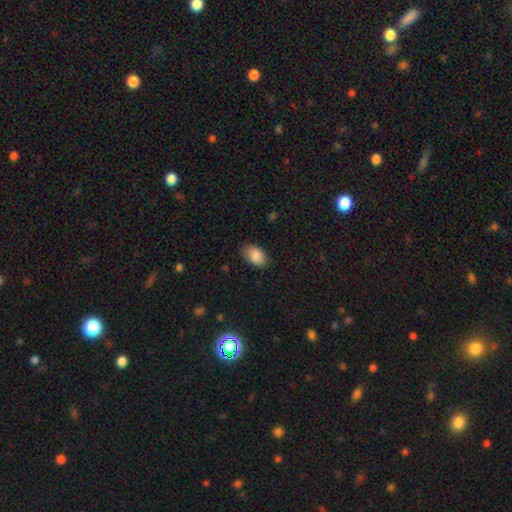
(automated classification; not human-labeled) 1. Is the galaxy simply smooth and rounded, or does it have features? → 89% smooth, 7% star or artifact, 4% featured or disk.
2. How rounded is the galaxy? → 88% in between, 11% round, 1% cigar-shaped.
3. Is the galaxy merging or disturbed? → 83% none, 13% minor disturbance, 3% major disturbance, 1% merger.